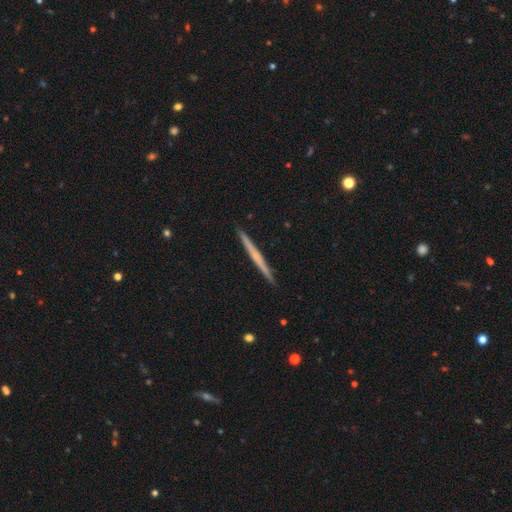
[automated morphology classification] This is possibly a featured or disk galaxy (53%). It is clearly viewed edge-on (98%). Edge-on bulge: clearly none (84%). Merging: clearly none (93%).